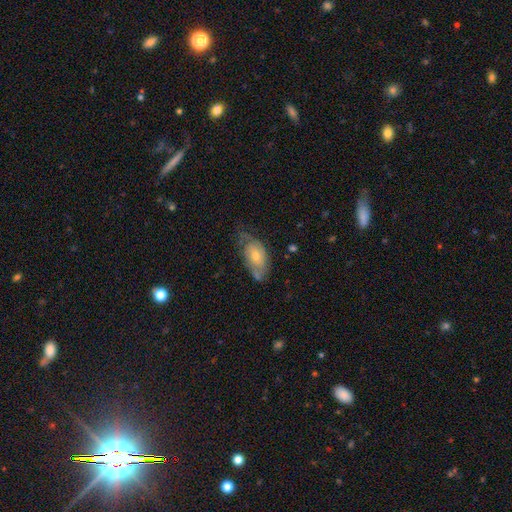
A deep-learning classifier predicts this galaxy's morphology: Smooth or featured? Predicted: smooth (p=0.47). Merging? Predicted: none (p=0.39).